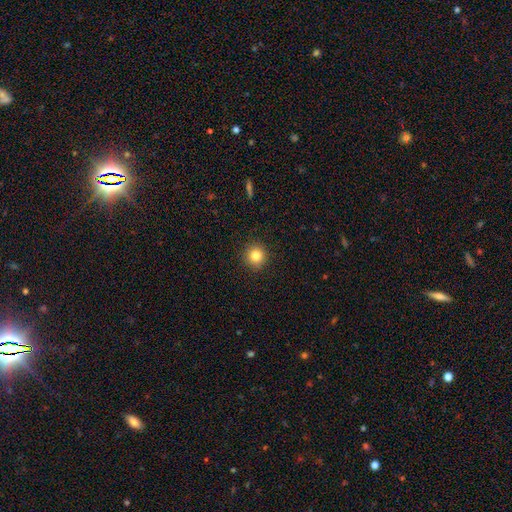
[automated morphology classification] Smooth or featured? Predicted: smooth (p=0.82). How rounded? Predicted: round (p=0.94). Merging? Predicted: none (p=0.92).